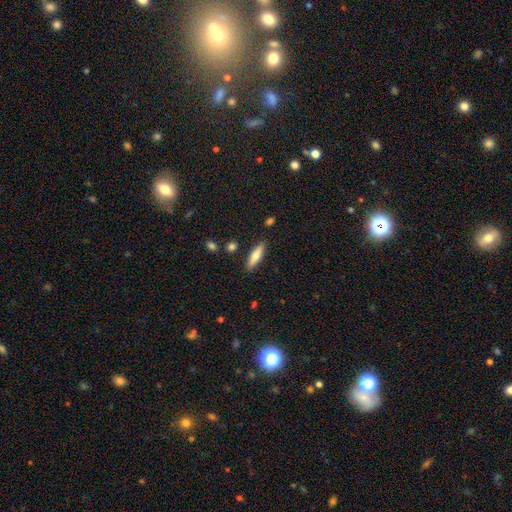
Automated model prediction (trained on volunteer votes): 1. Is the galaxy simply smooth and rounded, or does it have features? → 66% smooth, 28% featured or disk, 6% star or artifact.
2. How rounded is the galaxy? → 67% cigar-shaped, 31% in between, 2% round.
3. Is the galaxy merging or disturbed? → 86% none, 9% minor disturbance, 2% merger, 2% major disturbance.